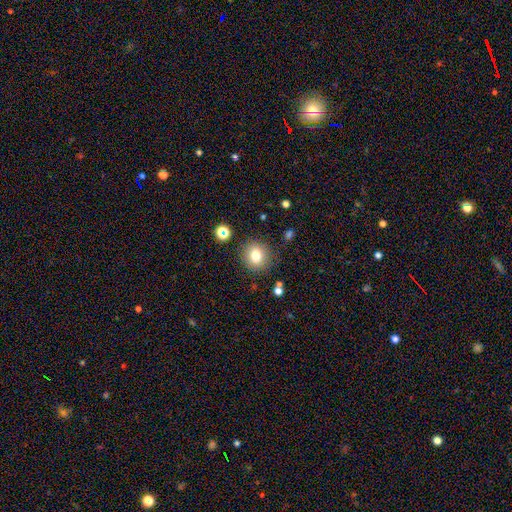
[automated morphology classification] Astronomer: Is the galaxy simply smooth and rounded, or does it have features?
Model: smooth — 77%.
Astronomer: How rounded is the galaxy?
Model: round — 85%.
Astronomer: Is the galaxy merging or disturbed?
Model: none — 85%.